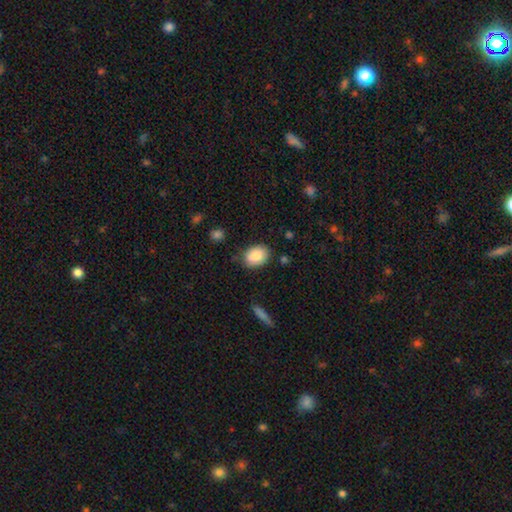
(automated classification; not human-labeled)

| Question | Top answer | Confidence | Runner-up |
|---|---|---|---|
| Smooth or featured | smooth | 88% | star or artifact (7%) |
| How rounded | in between | 75% | round (24%) |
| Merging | none | 80% | minor disturbance (15%) |